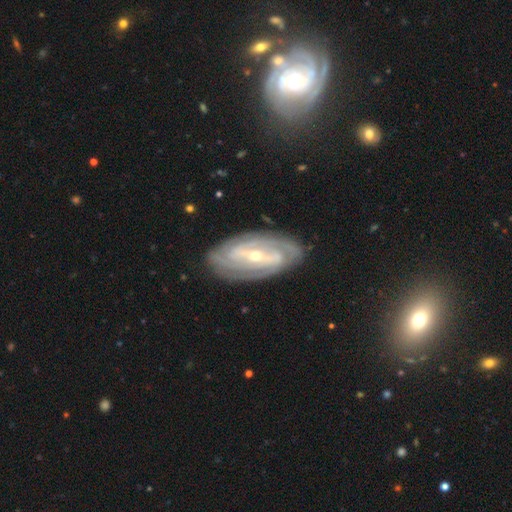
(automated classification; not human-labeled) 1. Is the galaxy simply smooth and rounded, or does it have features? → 86% featured or disk, 8% smooth, 5% star or artifact.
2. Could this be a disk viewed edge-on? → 94% no, 6% yes.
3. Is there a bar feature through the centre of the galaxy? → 46% strong, 34% weak, 20% no.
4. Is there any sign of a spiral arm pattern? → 94% yes, 6% no.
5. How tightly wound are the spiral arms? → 68% tight, 26% medium, 6% loose.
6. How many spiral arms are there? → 34% 2, 27% can't tell, 19% 3, 11% 4, 5% more than 4, 5% 1.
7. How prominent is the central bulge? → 62% small, 35% moderate, 1% large, 1% none, 1% dominant.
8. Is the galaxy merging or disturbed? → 82% none, 13% minor disturbance, 4% major disturbance, 1% merger.